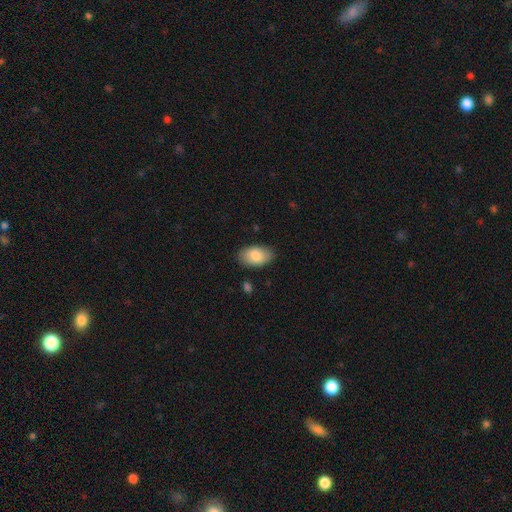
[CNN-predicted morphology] smooth_or_featured: smooth (p=0.84) [alt: featured or disk p=0.10]
how_rounded: in between (p=0.94) [alt: round p=0.05]
merging: none (p=0.84) [alt: minor disturbance p=0.12]